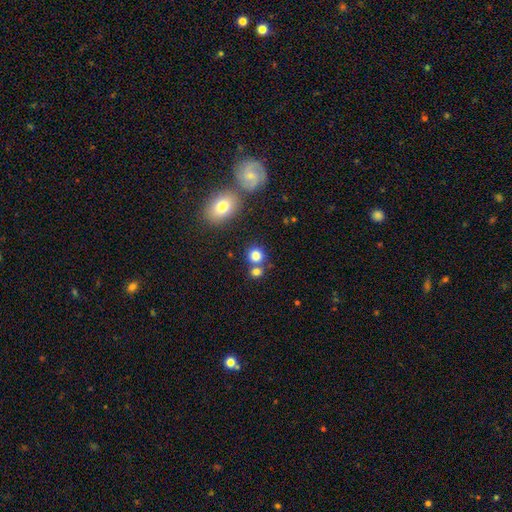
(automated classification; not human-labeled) smooth 81%, star or artifact 12%, featured or disk 7%. Down the decision tree: how rounded — round (82%); merging — none (61%).